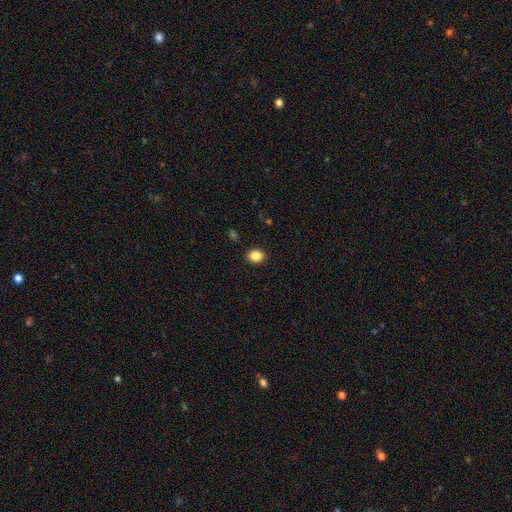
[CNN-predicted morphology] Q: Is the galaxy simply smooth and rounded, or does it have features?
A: smooth — 85%.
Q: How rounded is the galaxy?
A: round — 53%.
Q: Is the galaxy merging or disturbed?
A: none — 90%.